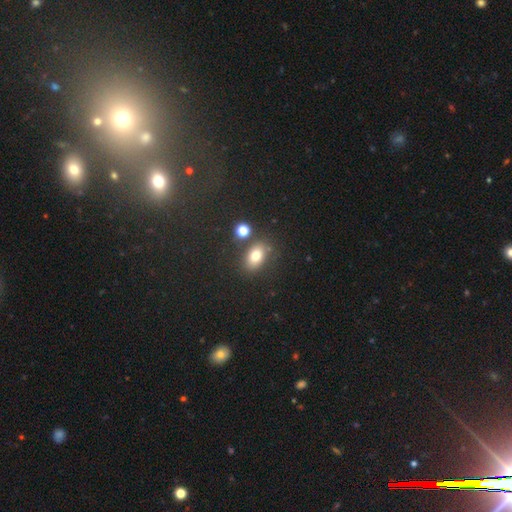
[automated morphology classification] Q: Smooth or featured?
A: smooth (76%); runner-up: star or artifact (13%)
Q: How rounded?
A: in between (78%); runner-up: round (20%)
Q: Merging?
A: none (73%); runner-up: minor disturbance (12%)